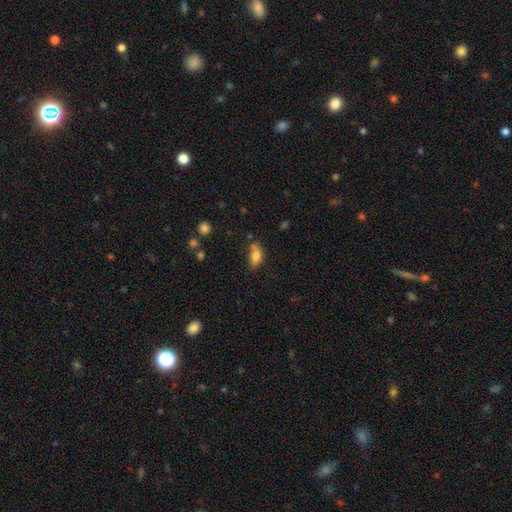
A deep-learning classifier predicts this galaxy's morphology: type=smooth (80%); roundness=in between (85%); merging=none (45%).